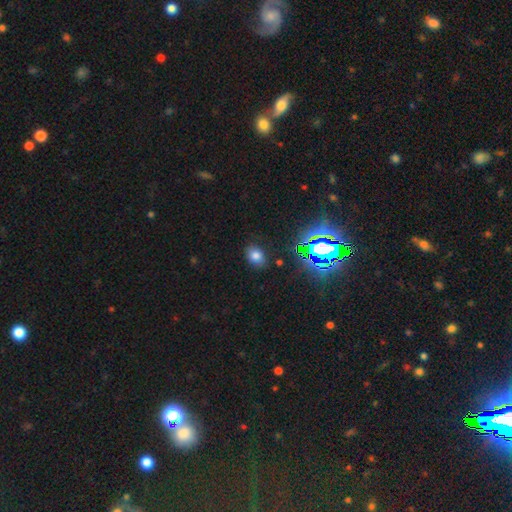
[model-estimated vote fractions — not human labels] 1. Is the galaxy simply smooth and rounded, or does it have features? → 71% smooth, 21% star or artifact, 8% featured or disk.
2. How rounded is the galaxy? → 68% in between, 30% round, 1% cigar-shaped.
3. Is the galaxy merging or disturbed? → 84% none, 11% minor disturbance, 3% major disturbance, 2% merger.